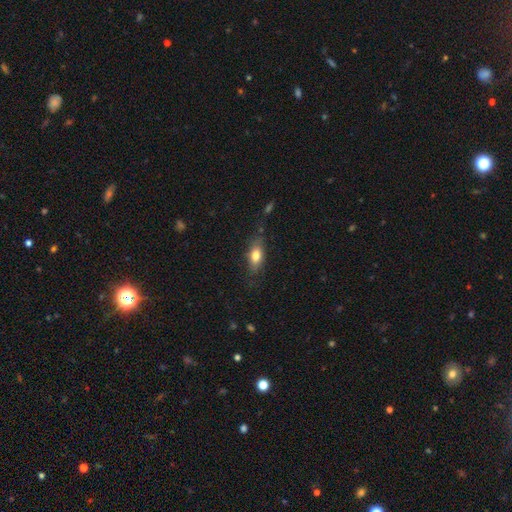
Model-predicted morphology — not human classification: smooth-or-featured: smooth: 76% | featured or disk: 17% | star or artifact: 7%
  how-rounded: in between: 81% | cigar-shaped: 14% | round: 5%
  merging: none: 72% | minor disturbance: 20% | major disturbance: 6% | merger: 2%